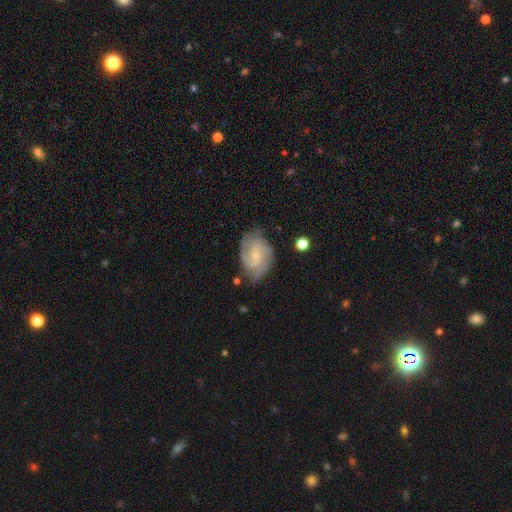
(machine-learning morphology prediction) Smooth or featured? Predicted: featured or disk (p=0.82). Edge-on disk? Predicted: no (p=0.98). Bar? Predicted: no (p=0.48). Spiral arms? Predicted: yes (p=0.96). Spiral winding? Predicted: tight (p=0.47). Spiral arm count? Predicted: 2 (p=0.45). Bulge size? Predicted: small (p=0.69). Merging? Predicted: none (p=0.73).